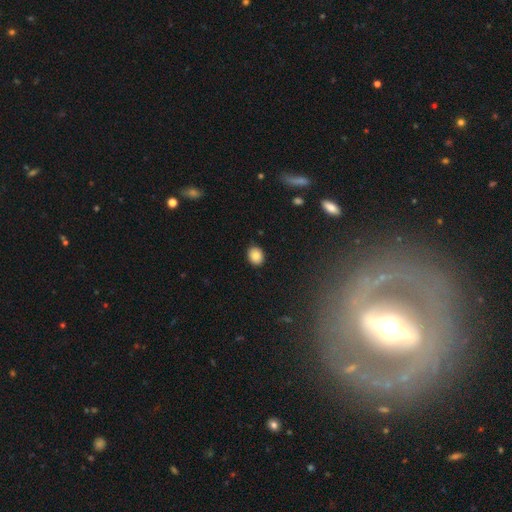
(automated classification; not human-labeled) This is clearly a smooth galaxy (85%). How rounded: possibly round (55%). Merging: clearly none (89%).